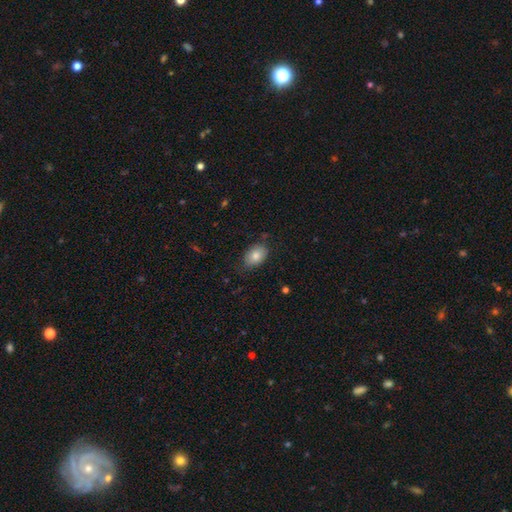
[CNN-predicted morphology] smooth_or_featured: smooth (p=0.82) [alt: featured or disk p=0.10]
how_rounded: in between (p=0.84) [alt: round p=0.15]
merging: none (p=0.76) [alt: minor disturbance p=0.19]